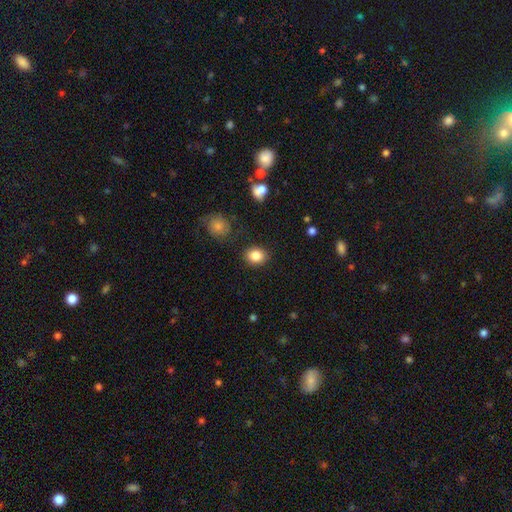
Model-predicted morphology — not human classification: Smooth or featured? Predicted: smooth (p=0.85). How rounded? Predicted: round (p=0.58). Merging? Predicted: none (p=0.87).